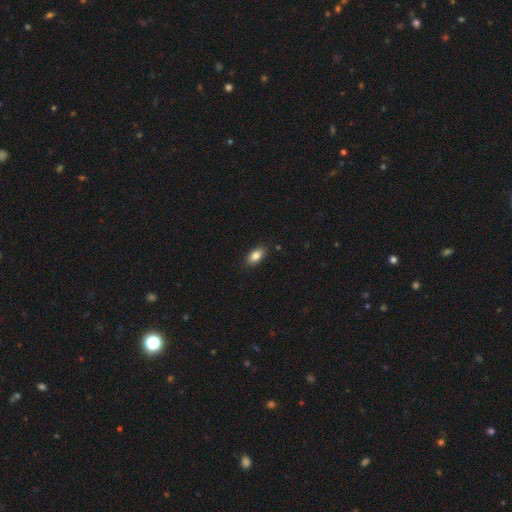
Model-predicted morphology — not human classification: smooth-or-featured: smooth: 84% | featured or disk: 9% | star or artifact: 8%
  how-rounded: in between: 90% | round: 5% | cigar-shaped: 5%
  merging: none: 86% | minor disturbance: 10% | major disturbance: 2% | merger: 1%